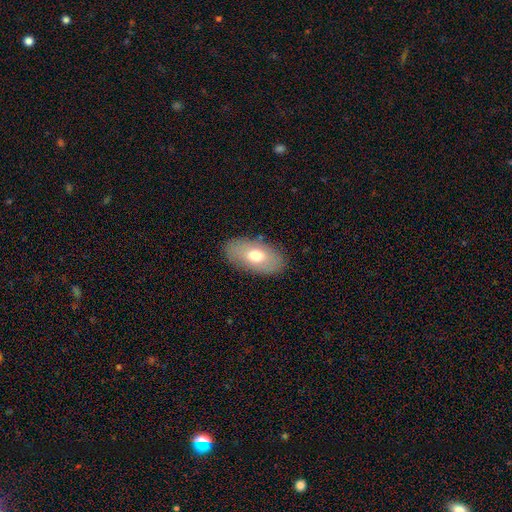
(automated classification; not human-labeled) Morphology: type=smooth (67%); roundness=in between (93%); merging=none (85%).